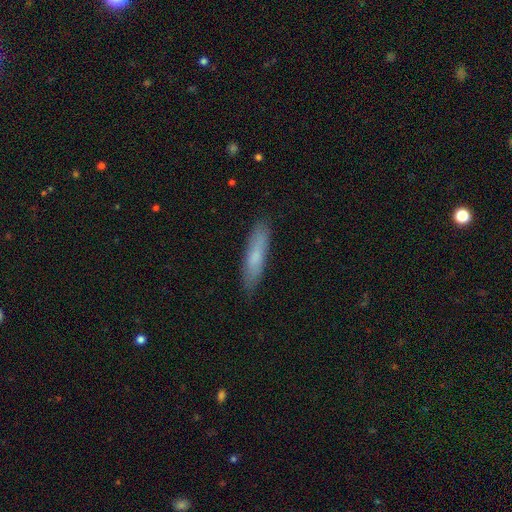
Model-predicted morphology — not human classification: A smooth galaxy with no disk features (72%) that is cigar-shaped (81%).

Vote fractions:
- Smooth or featured? smooth: 72% / featured or disk: 22% / star or artifact: 6%
- How rounded? cigar-shaped: 81% / in between: 17% / round: 1%
- Merging? none: 86% / minor disturbance: 11% / major disturbance: 2% / merger: 1%